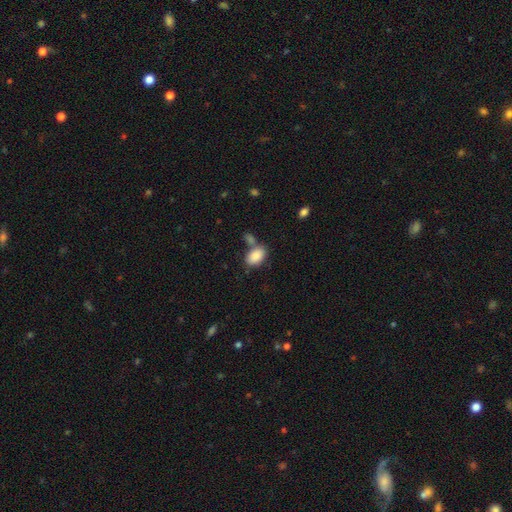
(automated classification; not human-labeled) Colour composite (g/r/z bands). It shows a smooth galaxy with no disk features (88%) that is in between round and cigar-shaped (91%). Merging: none (56%).